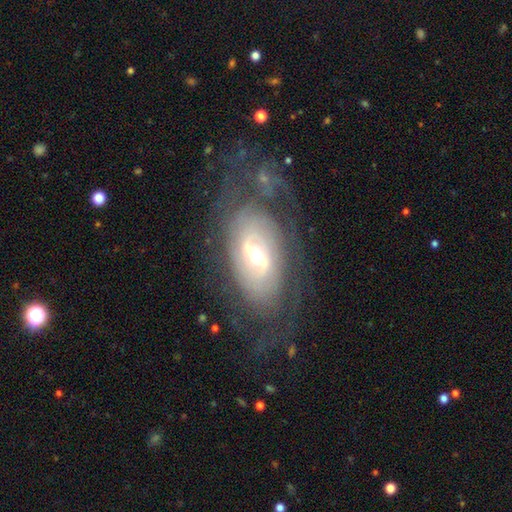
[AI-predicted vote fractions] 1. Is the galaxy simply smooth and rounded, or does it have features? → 77% featured or disk, 16% smooth, 7% star or artifact.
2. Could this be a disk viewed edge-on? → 92% no, 8% yes.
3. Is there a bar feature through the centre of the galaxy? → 45% weak, 33% no, 22% strong.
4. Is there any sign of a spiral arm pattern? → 79% yes, 21% no.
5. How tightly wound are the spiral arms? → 59% tight, 28% medium, 13% loose.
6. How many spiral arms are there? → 48% can't tell, 32% 2, 7% 3, 4% 1, 4% 4, 4% more than 4.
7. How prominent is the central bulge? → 62% moderate, 28% small, 8% large, 1% dominant, 1% none.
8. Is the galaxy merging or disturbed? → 61% none, 19% minor disturbance, 16% major disturbance, 3% merger.